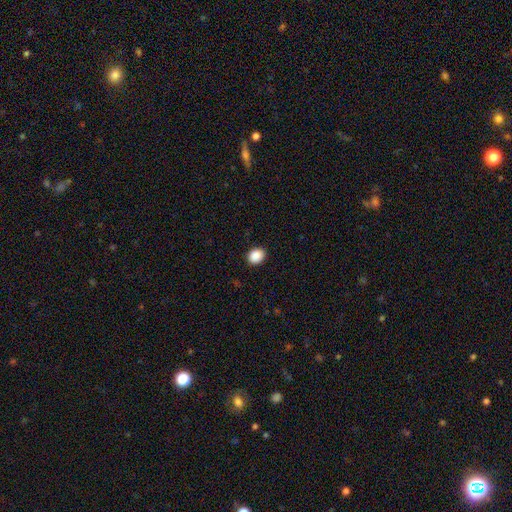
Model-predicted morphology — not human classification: The model was most divided on "how rounded": in between: 52%, round: 47%, cigar-shaped: 1%. More confident: merging — none (90%); smooth or featured — smooth (89%).